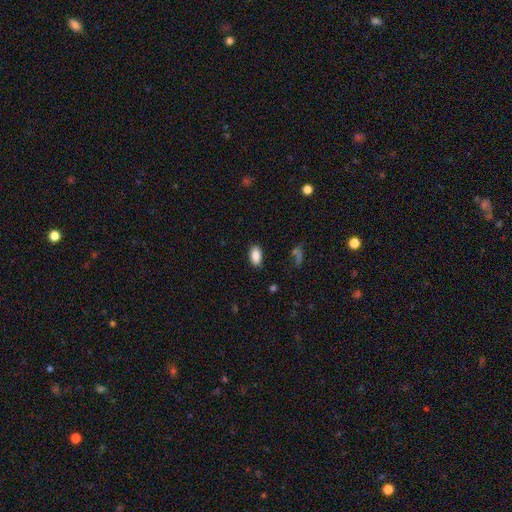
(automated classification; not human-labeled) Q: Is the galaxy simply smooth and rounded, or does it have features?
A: smooth — 87%.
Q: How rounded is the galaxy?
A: in between — 92%.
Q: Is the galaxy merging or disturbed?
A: none — 86%.